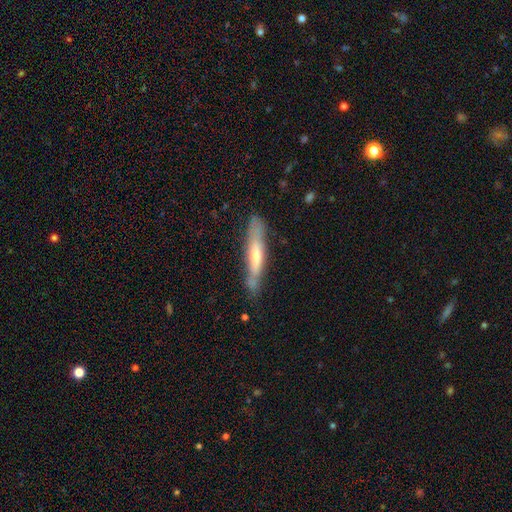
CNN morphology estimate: Overall: smooth (49%; featured or disk 45%). Merging: none (72%).